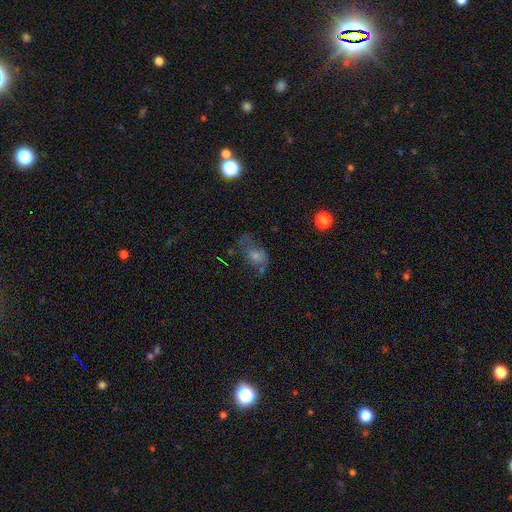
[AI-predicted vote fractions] Smooth or featured? featured or disk (42%)
Merging? none (50%)